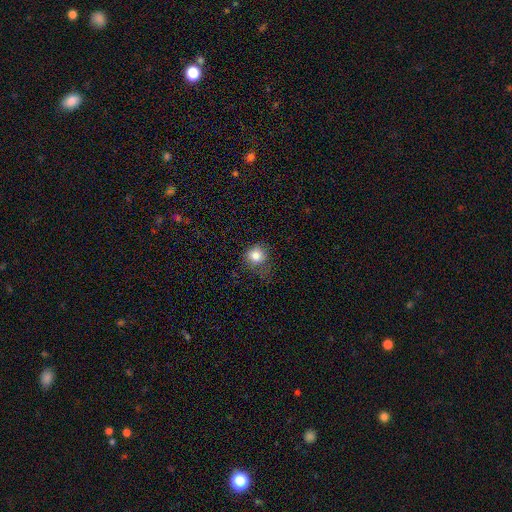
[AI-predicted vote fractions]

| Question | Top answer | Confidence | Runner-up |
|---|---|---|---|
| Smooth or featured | smooth | 83% | star or artifact (11%) |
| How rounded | round | 86% | in between (13%) |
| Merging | none | 62% | minor disturbance (26%) |